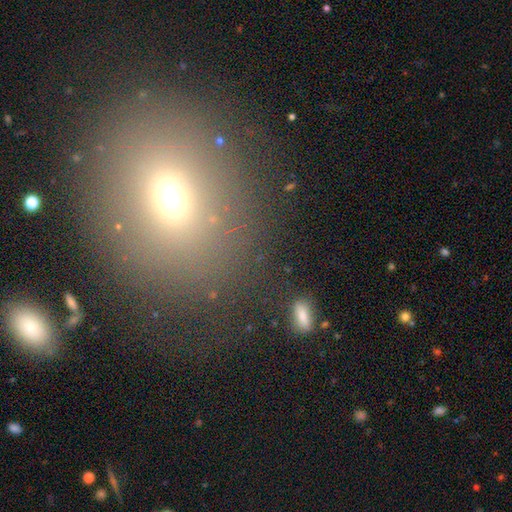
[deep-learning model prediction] Smooth or featured? smooth (62%)
How rounded? round (52%)
Merging? none (79%)